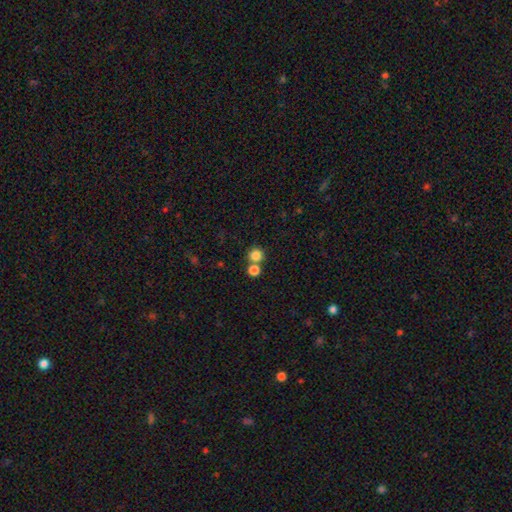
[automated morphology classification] Q: Smooth or featured?
A: smooth (82%); runner-up: star or artifact (12%)
Q: How rounded?
A: round (92%); runner-up: in between (8%)
Q: Merging?
A: none (62%); runner-up: merger (29%)